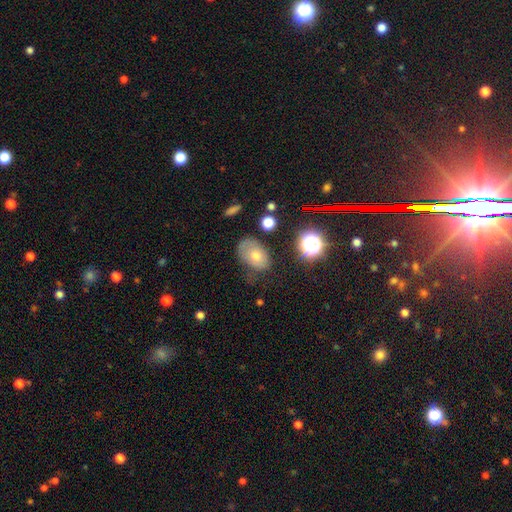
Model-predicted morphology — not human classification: Smooth or featured?
  - smooth: 61% *
  - featured or disk: 24%
  - star or artifact: 15%
How rounded?
  - in between: 79% *
  - round: 20%
  - cigar-shaped: 1%
Merging?
  - none: 51% *
  - minor disturbance: 31%
  - major disturbance: 15%
  - merger: 3%